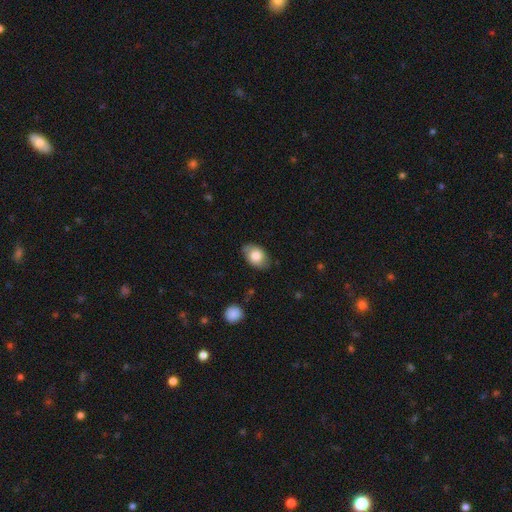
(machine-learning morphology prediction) smooth_or_featured: smooth (p=0.77) [alt: featured or disk p=0.16]
how_rounded: in between (p=0.85) [alt: round p=0.14]
merging: none (p=0.78) [alt: minor disturbance p=0.17]